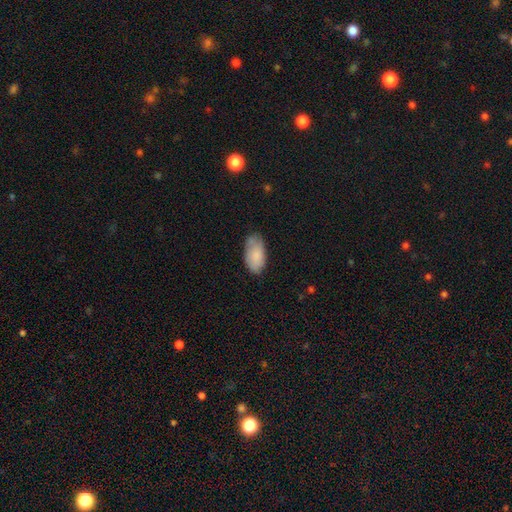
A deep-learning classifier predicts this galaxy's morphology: smooth 82%, featured or disk 12%, star or artifact 6%. Down the decision tree: how rounded — in between (95%); merging — none (66%).